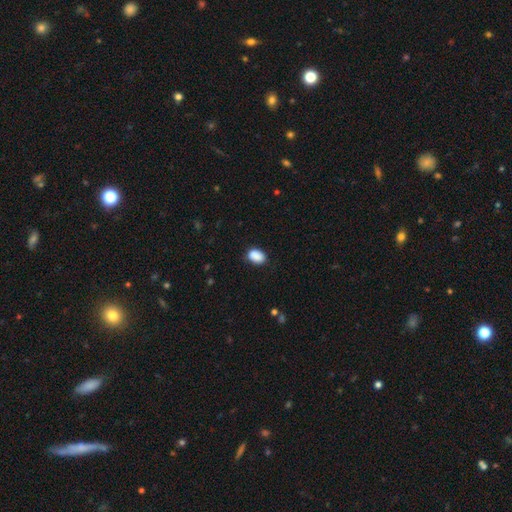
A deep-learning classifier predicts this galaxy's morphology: The model was most divided on "merging": none: 81%, minor disturbance: 14%, major disturbance: 3%, merger: 1%. More confident: smooth or featured — smooth (89%); how rounded — in between (85%).